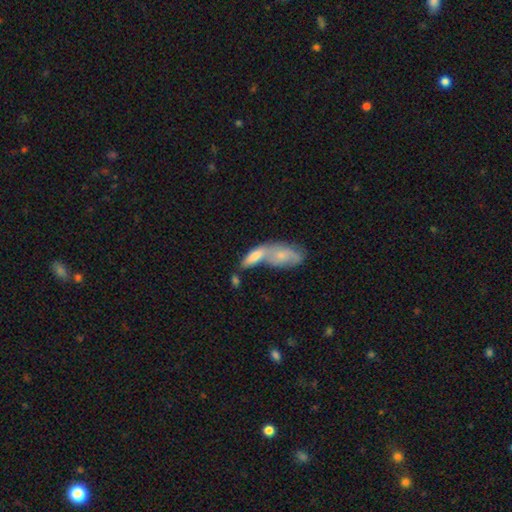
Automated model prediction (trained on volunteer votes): smooth_or_featured: smooth (p=0.55) [alt: featured or disk p=0.36]
how_rounded: in between (p=0.72) [alt: cigar-shaped p=0.23]
merging: merger (p=0.65) [alt: none p=0.21]